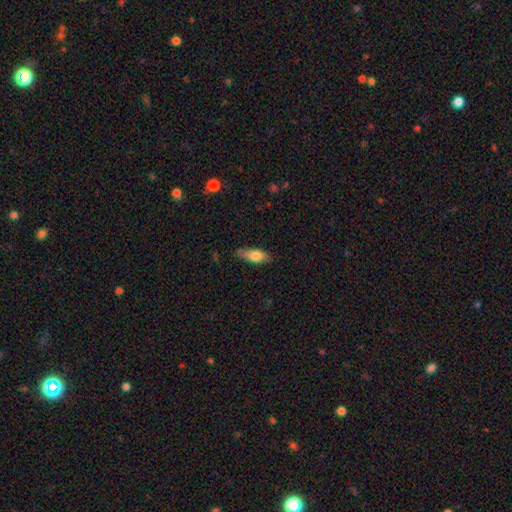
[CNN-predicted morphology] Smooth or featured?
  - smooth: 76% *
  - featured or disk: 17%
  - star or artifact: 7%
How rounded?
  - in between: 71% *
  - cigar-shaped: 26%
  - round: 3%
Merging?
  - none: 66% *
  - minor disturbance: 27%
  - major disturbance: 5%
  - merger: 2%